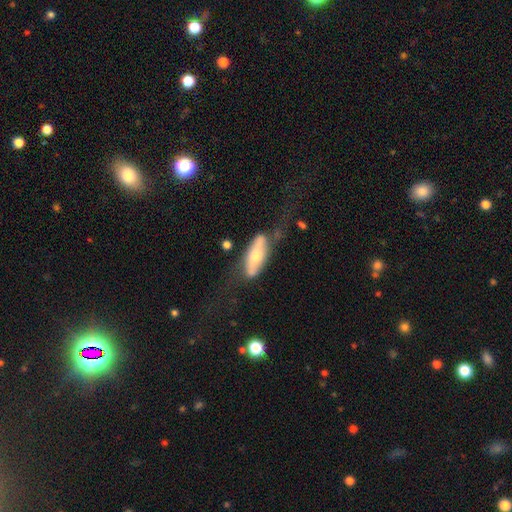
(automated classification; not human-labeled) The model was most divided on "smooth or featured": featured or disk: 50%, smooth: 44%, star or artifact: 6%. More confident: edge-on disk — no (58%); merging — none (53%).